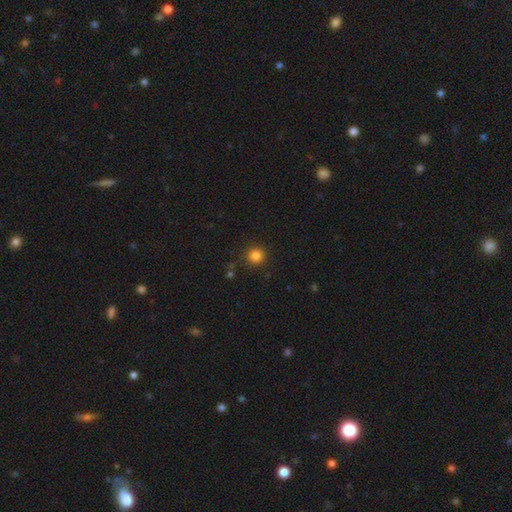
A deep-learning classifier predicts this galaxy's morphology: type=smooth (84%); roundness=round (94%); merging=none (89%).